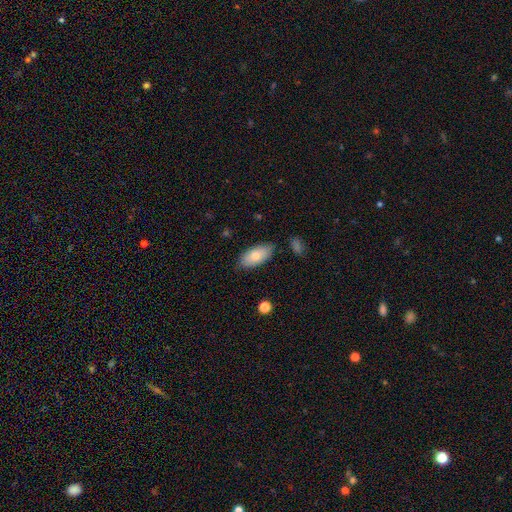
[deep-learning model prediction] Overall: smooth (78%). How rounded: in between (91%). Merging: none (83%).